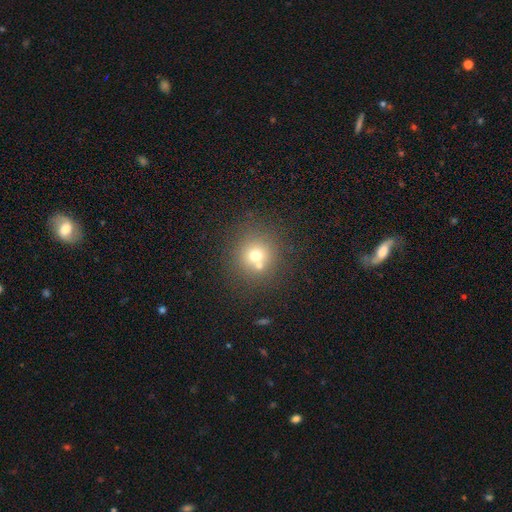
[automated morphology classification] smooth-or-featured: smooth: 67% | star or artifact: 17% | featured or disk: 16%
  how-rounded: round: 91% | in between: 9% | cigar-shaped: 1%
  merging: none: 62% | merger: 26% | minor disturbance: 8% | major disturbance: 4%